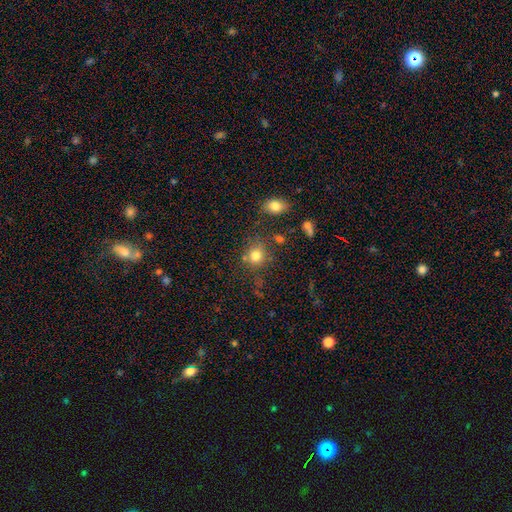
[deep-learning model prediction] Morphology: type=smooth (79%); roundness=round (80%); merging=none (71%).